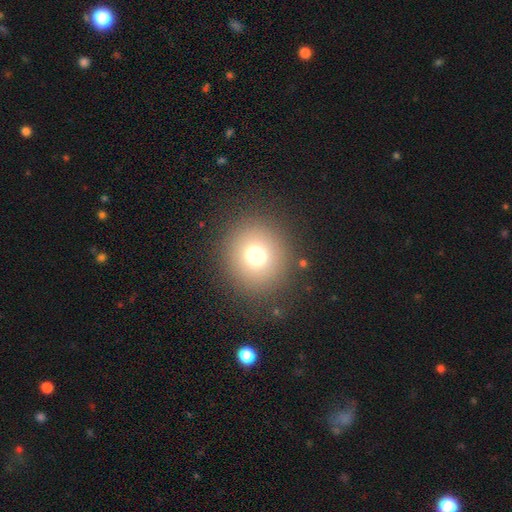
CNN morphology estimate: smooth-or-featured: smooth: 71% | star or artifact: 19% | featured or disk: 10%
  how-rounded: round: 90% | in between: 9% | cigar-shaped: 1%
  merging: none: 87% | minor disturbance: 6% | major disturbance: 4% | merger: 2%